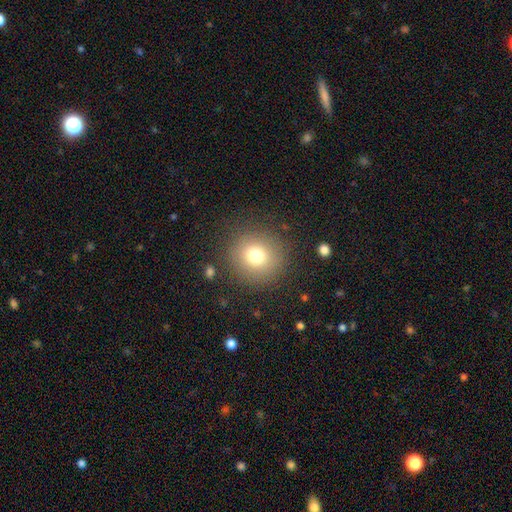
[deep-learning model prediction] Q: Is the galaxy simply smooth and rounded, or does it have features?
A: smooth — 75%.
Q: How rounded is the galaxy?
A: round — 92%.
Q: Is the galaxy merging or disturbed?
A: none — 86%.